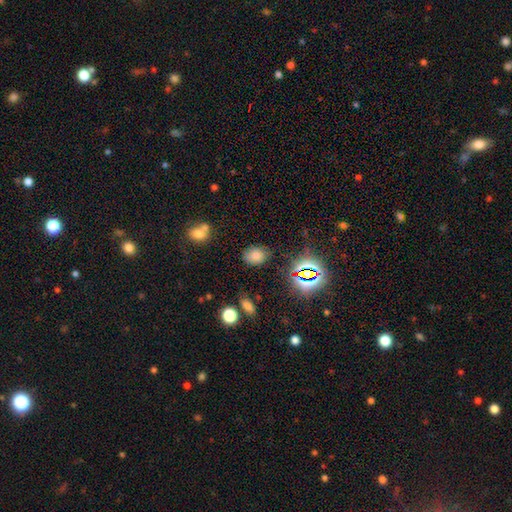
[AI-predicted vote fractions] The model was most divided on "how rounded": in between: 63%, round: 36%, cigar-shaped: 2%. More confident: merging — none (79%); smooth or featured — smooth (62%).